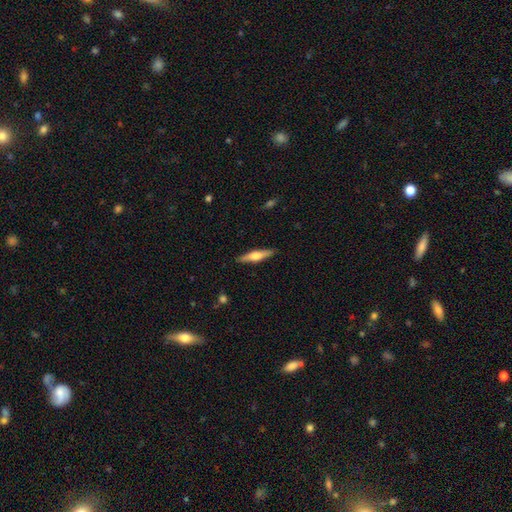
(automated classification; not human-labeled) Smooth or featured? Predicted: featured or disk (p=0.52). Edge-on disk? Predicted: yes (p=0.96). Merging? Predicted: none (p=0.89).